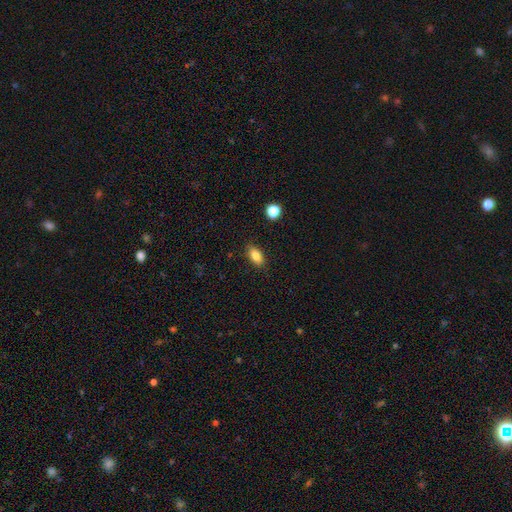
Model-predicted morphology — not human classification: Overall: smooth (84%). How rounded: in between (88%). Merging: none (86%).